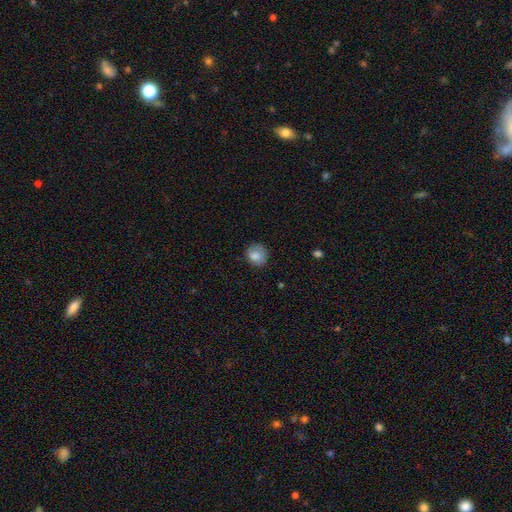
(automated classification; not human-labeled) Smooth or featured? smooth (84%)
How rounded? round (80%)
Merging? none (75%)